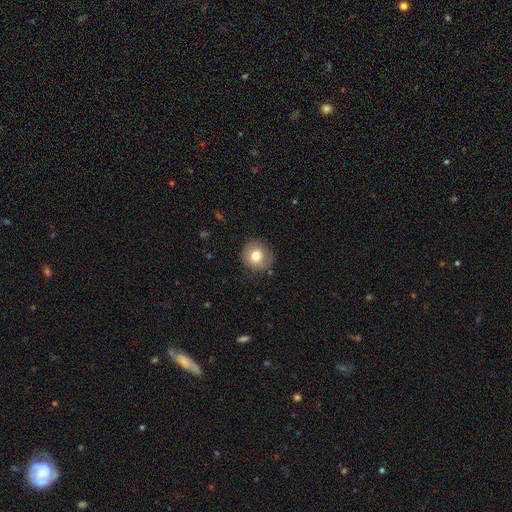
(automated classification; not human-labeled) A smooth galaxy with no disk features (77%) that is round (92%). Merging: none (82%).